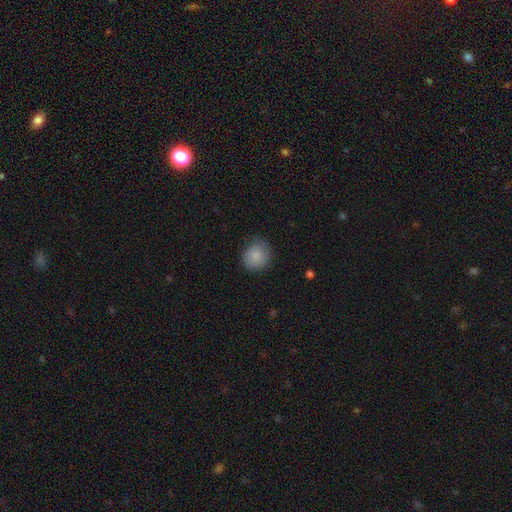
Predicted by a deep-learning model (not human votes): Smooth or featured: smooth — 86% (star or artifact — 8%)
How rounded: round — 80% (in between — 19%)
Merging: none — 76% (minor disturbance — 19%)